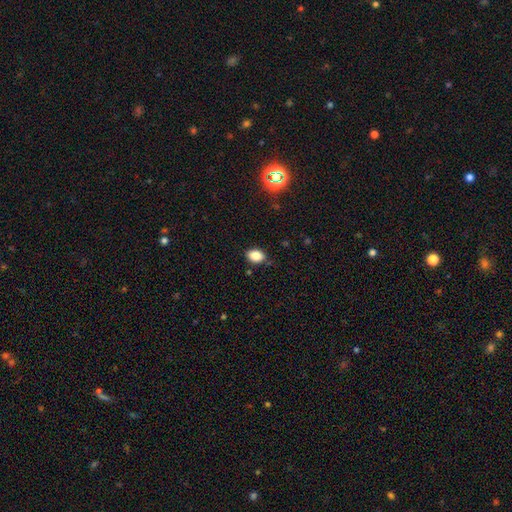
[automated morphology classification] The model was most divided on "how rounded": in between: 81%, round: 18%, cigar-shaped: 1%. More confident: smooth or featured — smooth (84%); merging — none (83%).